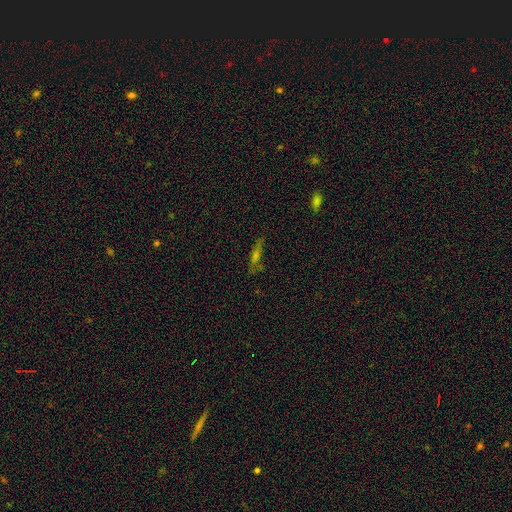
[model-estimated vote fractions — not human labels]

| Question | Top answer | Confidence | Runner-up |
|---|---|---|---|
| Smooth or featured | featured or disk | 41% | smooth (34%) |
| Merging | none | 73% | minor disturbance (16%) |